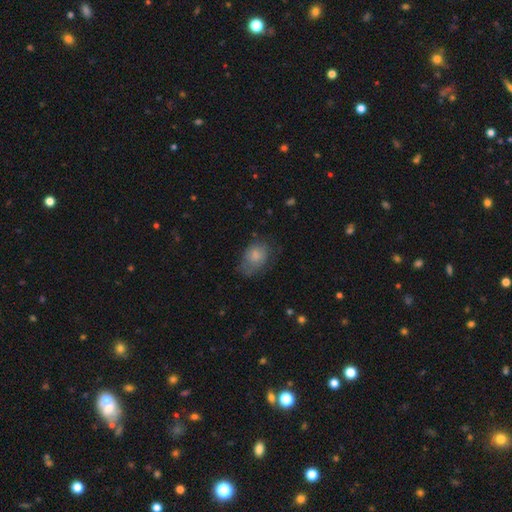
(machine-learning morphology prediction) type=smooth (73%); roundness=in between (76%); merging=none (50%).